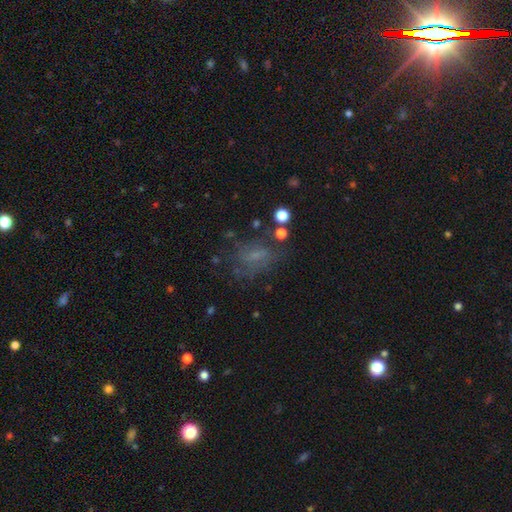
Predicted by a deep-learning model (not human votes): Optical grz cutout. It shows a smooth galaxy with no disk features (45%). Merging: none (53%).